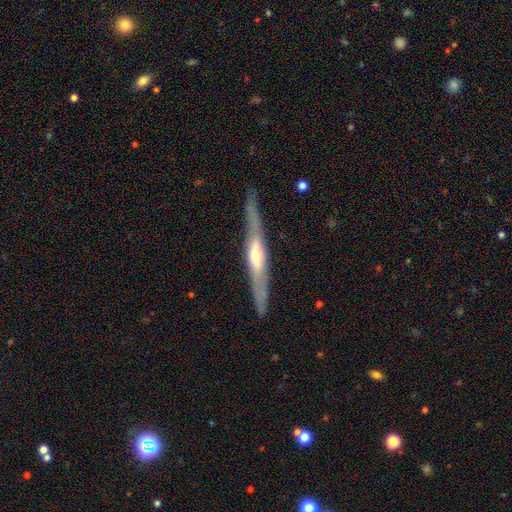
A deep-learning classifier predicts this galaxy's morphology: Smooth or featured: featured or disk — 75% (smooth — 19%)
Edge-on disk: yes — 93% (no — 7%)
Edge-on bulge: rounded — 64% (none — 21%)
Merging: none — 85% (minor disturbance — 11%)